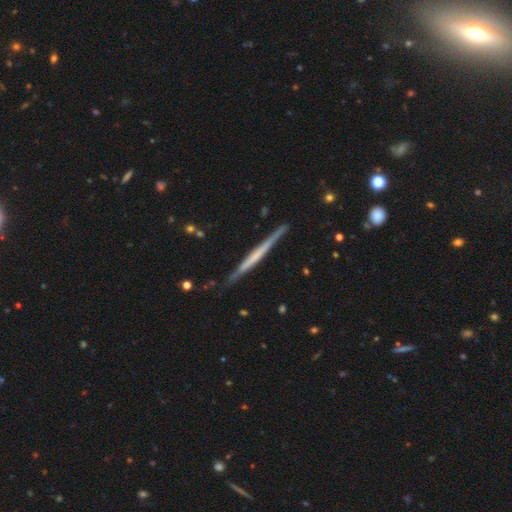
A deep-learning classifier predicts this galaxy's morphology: The model was most divided on "smooth or featured": featured or disk: 63%, smooth: 32%, star or artifact: 5%. More confident: edge-on disk — yes (97%); merging — none (83%); edge-on bulge — none (75%).